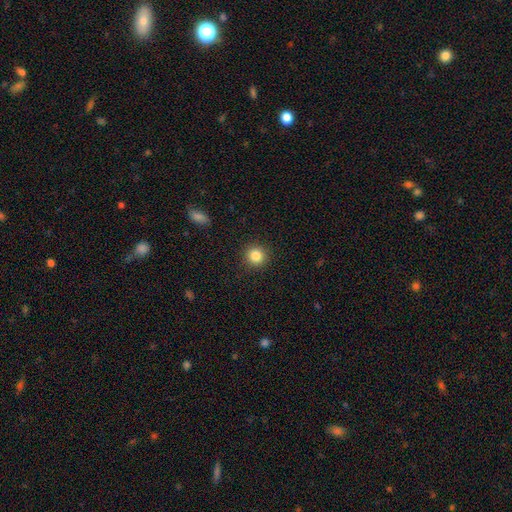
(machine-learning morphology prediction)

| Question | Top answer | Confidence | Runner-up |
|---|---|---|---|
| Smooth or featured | smooth | 85% | star or artifact (10%) |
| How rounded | round | 94% | in between (5%) |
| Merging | none | 91% | minor disturbance (6%) |